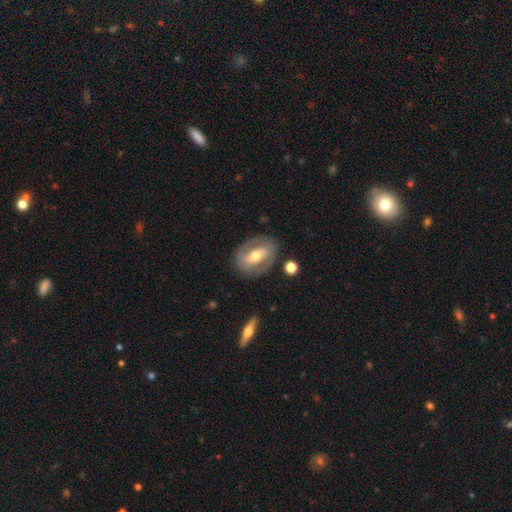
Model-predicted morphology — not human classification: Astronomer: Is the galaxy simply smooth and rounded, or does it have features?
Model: featured or disk — 78%.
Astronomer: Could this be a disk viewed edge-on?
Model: no — 95%.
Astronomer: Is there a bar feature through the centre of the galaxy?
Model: strong — 43% (runner-up: weak, 37%).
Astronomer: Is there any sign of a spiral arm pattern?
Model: yes — 83%.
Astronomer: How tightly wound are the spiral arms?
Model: tight — 44% (runner-up: medium, 42%).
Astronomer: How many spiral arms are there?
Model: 2 — 84%.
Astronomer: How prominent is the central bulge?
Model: moderate — 69%.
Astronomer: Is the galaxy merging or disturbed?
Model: none — 81%.